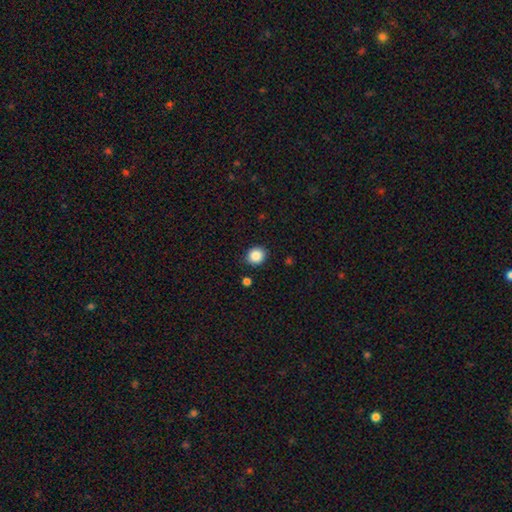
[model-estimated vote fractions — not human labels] Smooth or featured? smooth (87%)
How rounded? round (82%)
Merging? none (88%)